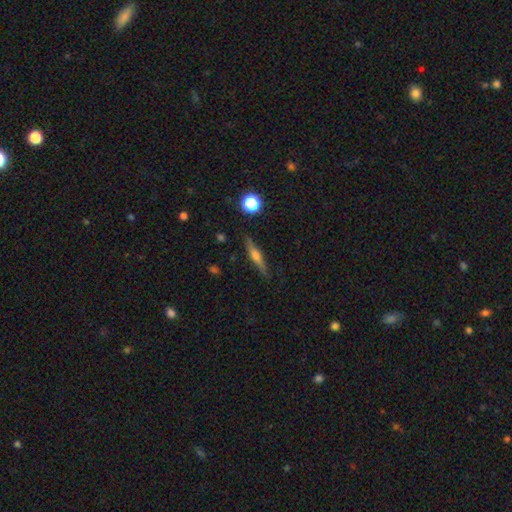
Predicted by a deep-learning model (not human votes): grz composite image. It shows a featured or disk galaxy (57%) viewed edge-on (95%) with a rounded central bulge (84%). Merging: none (86%).